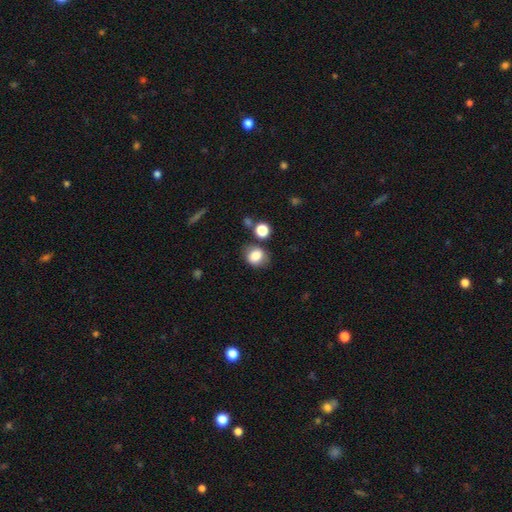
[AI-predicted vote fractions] Smooth or featured? smooth (80%)
How rounded? round (55%)
Merging? none (69%)